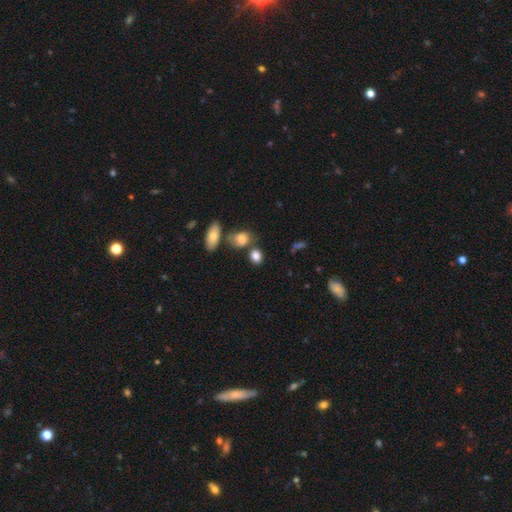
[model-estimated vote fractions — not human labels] Overall: smooth (84%). How rounded: in between (52%; round 46%). Merging: none (62%).